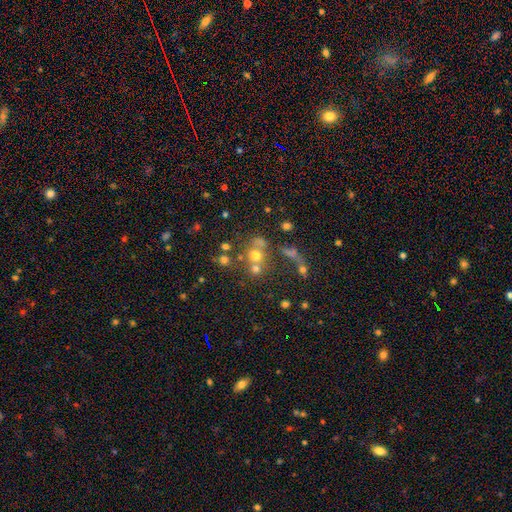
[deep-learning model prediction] Smooth or featured: smooth — 57% (star or artifact — 23%)
How rounded: round — 81% (in between — 17%)
Merging: none — 43% (merger — 39%)